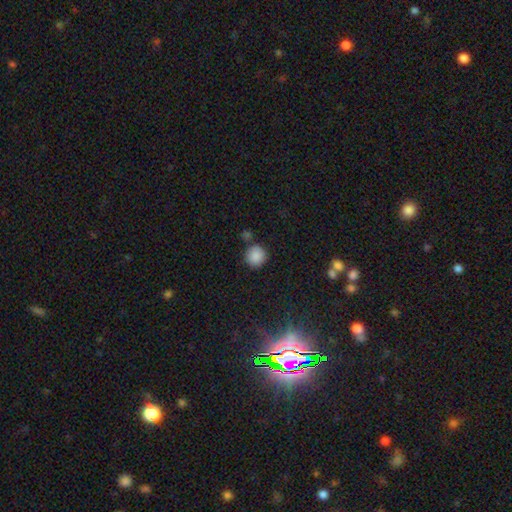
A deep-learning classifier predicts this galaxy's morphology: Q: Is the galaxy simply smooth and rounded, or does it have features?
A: smooth — 87%.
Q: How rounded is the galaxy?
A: round — 93%.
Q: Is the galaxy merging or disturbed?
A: none — 79%.